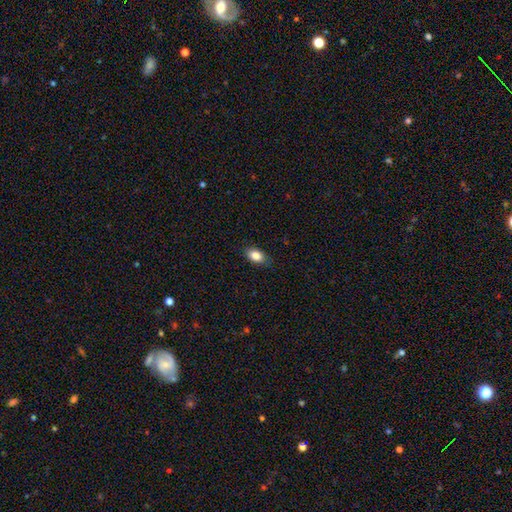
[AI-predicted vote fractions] Smooth or featured: smooth — 86% (star or artifact — 8%)
How rounded: in between — 88% (round — 9%)
Merging: none — 84% (minor disturbance — 13%)